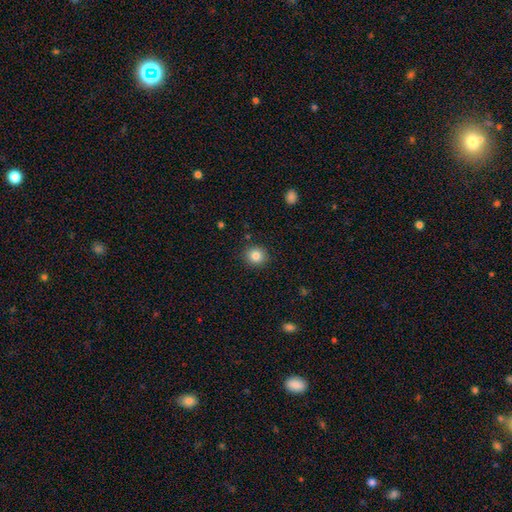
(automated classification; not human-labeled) Smooth or featured: smooth — 84% (star or artifact — 10%)
How rounded: round — 88% (in between — 11%)
Merging: none — 89% (minor disturbance — 7%)